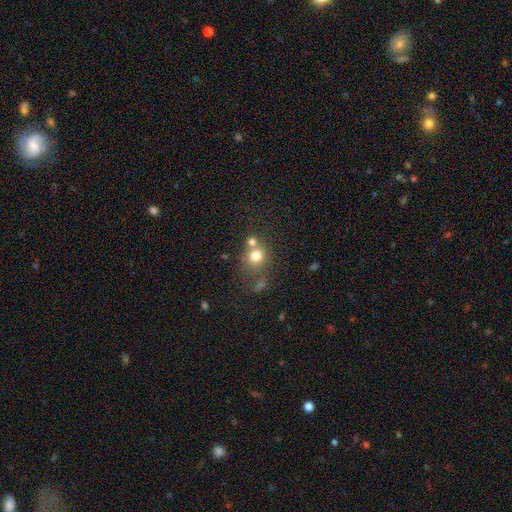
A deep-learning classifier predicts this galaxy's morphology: The model was most divided on "merging": none: 52%, merger: 33%, minor disturbance: 10%, major disturbance: 5%. More confident: how rounded — round (82%); smooth or featured — smooth (75%).